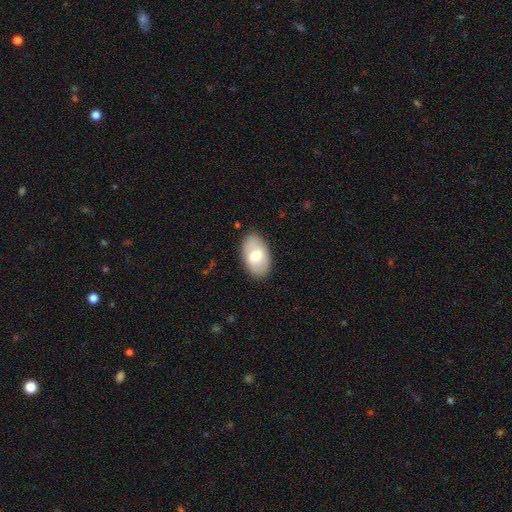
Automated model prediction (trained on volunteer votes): This is likely a smooth galaxy (66%). How rounded: clearly in between (93%). Merging: clearly none (86%).